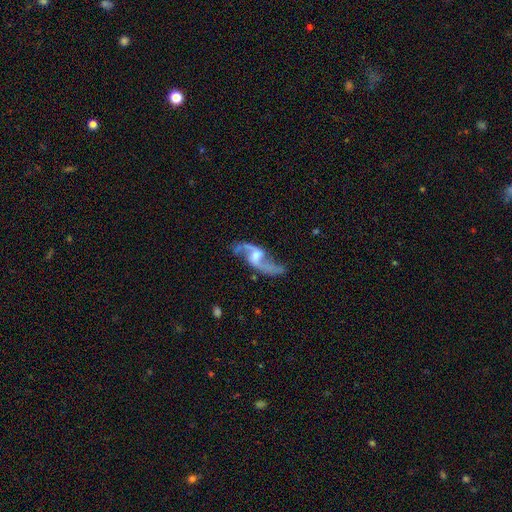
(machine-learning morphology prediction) featured or disk 90%, smooth 5%, star or artifact 5%. Down the decision tree: edge-on disk — no (95%); bar — weak (52%); spiral arms — yes (96%); spiral arm count — 2 (93%); spiral winding — loose (81%); bulge size — moderate (47%); merging — none (70%).